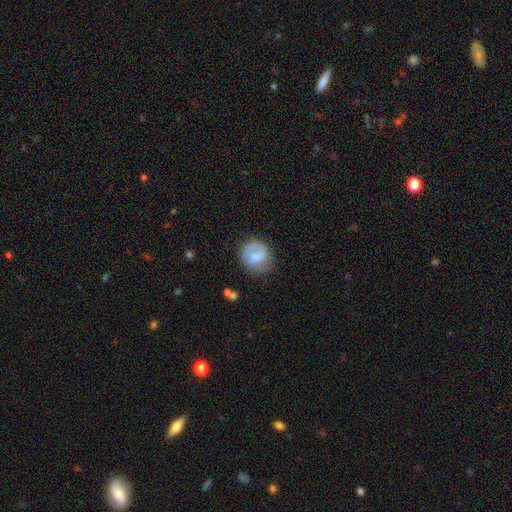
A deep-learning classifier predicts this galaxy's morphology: Q: Smooth or featured?
A: smooth (52%); runner-up: featured or disk (42%)
Q: How rounded?
A: round (82%); runner-up: in between (18%)
Q: Merging?
A: none (66%); runner-up: minor disturbance (21%)